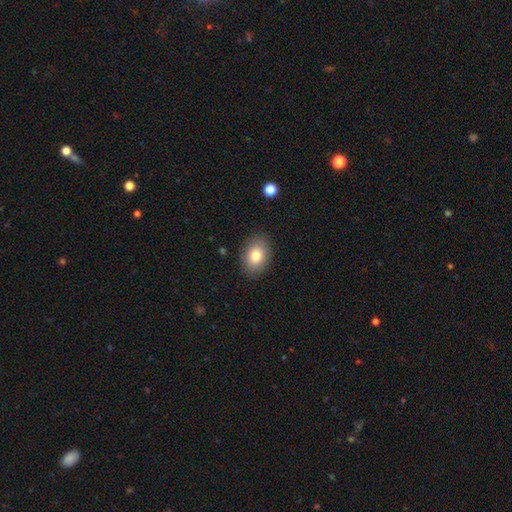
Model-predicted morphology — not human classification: type=smooth (79%); roundness=in between (74%); merging=none (86%).